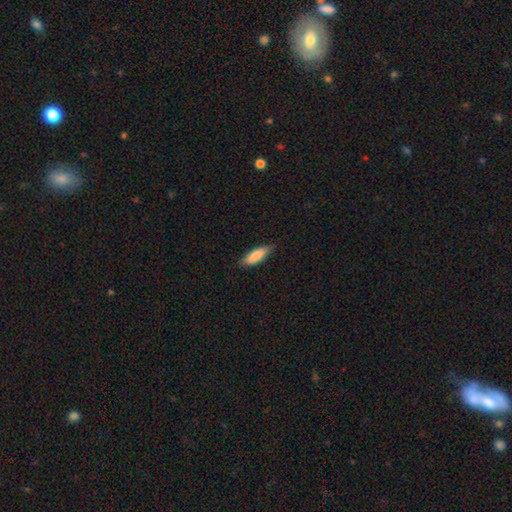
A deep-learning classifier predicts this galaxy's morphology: type=smooth (85%); roundness=in between (56%); merging=none (82%).